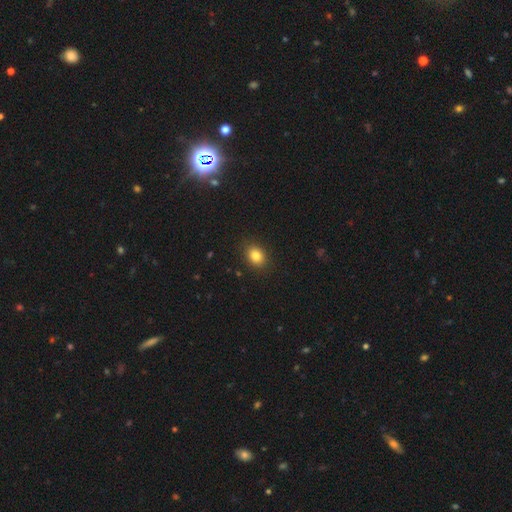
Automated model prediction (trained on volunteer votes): A smooth galaxy with no disk features (84%) that is in between round and cigar-shaped (67%). Merging: none (88%).